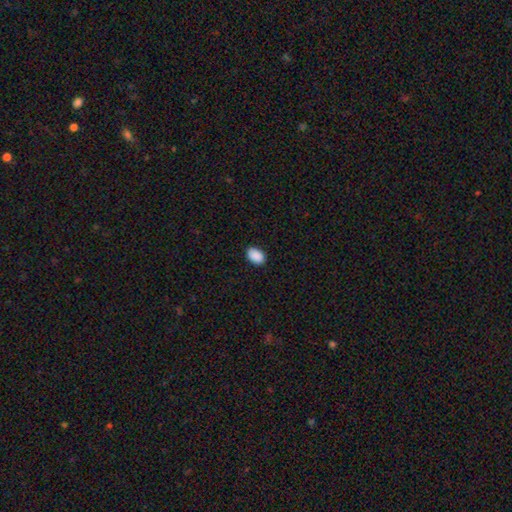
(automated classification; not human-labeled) A smooth galaxy with no disk features (90%) that is in between round and cigar-shaped (86%). Merging: none (87%).